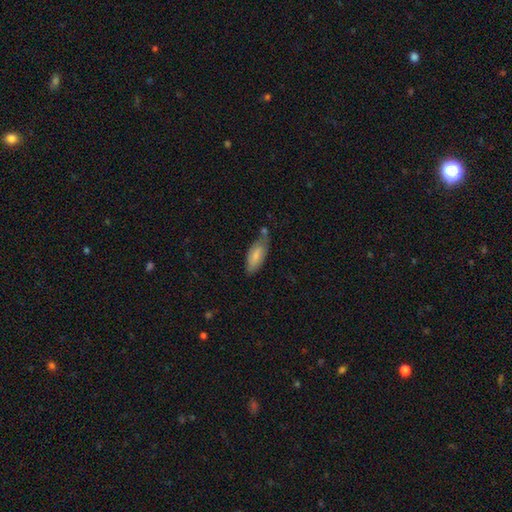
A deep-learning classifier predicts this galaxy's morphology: A smooth galaxy with no disk features (74%) that is in between round and cigar-shaped (80%). Merging: none (49%).